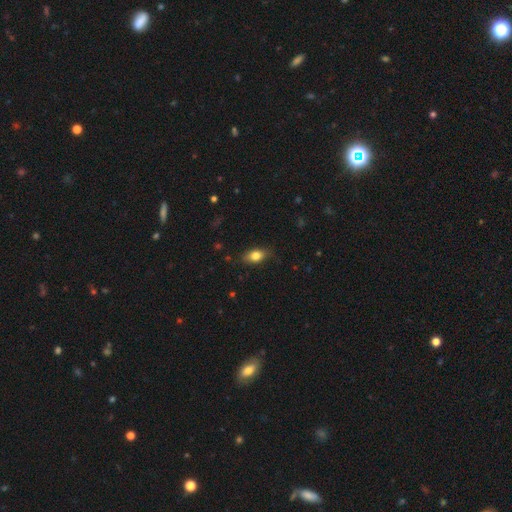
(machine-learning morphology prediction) This is likely a smooth galaxy (79%). How rounded: clearly in between (83%). Merging: clearly none (80%).